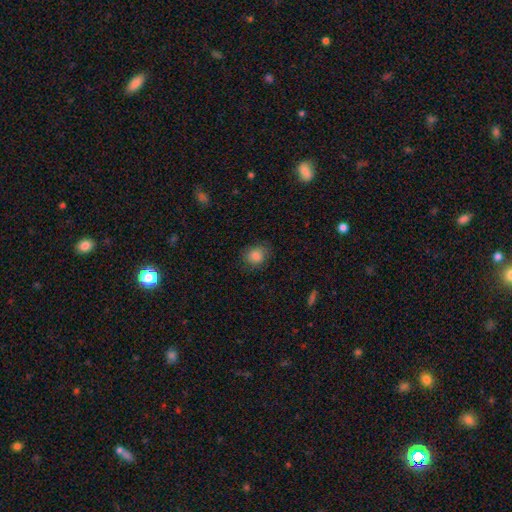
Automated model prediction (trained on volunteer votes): This is clearly a smooth galaxy (84%). How rounded: likely round (70%). Merging: likely none (79%).